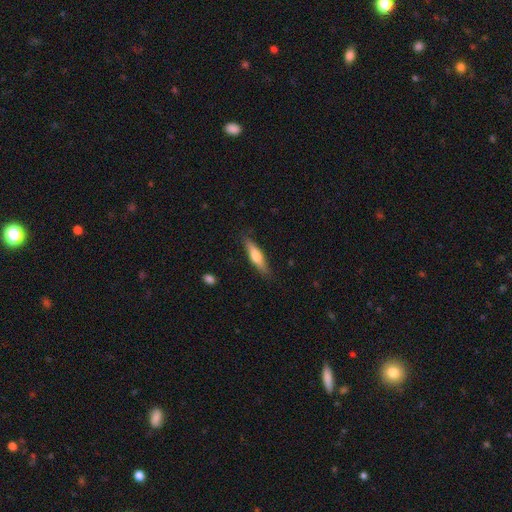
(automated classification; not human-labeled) Morphology: type=smooth (58%); roundness=cigar-shaped (76%); merging=none (85%).